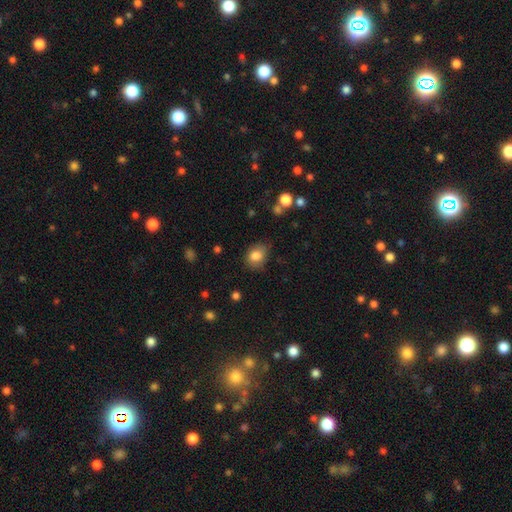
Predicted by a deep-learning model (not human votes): A smooth galaxy with no disk features (83%) that is in between round and cigar-shaped (52%). Merging: none (69%).